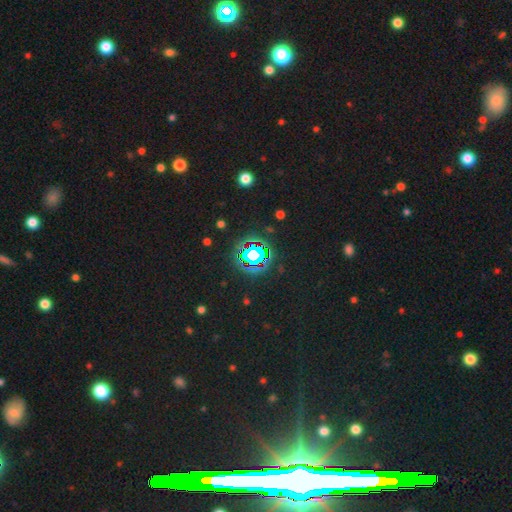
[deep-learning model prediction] Smooth or featured? Predicted: star or artifact (p=0.74).